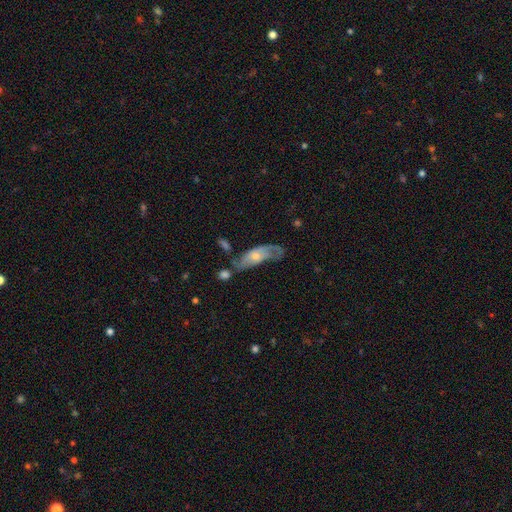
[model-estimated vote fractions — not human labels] The model was most divided on "bulge size": small: 51%, moderate: 44%, large: 2%, none: 2%, dominant: 1%. Remaining: edge-on disk — no (83%); bar — no (76%); spiral arms — yes (74%); smooth or featured — featured or disk (64%); merging — none (41%).